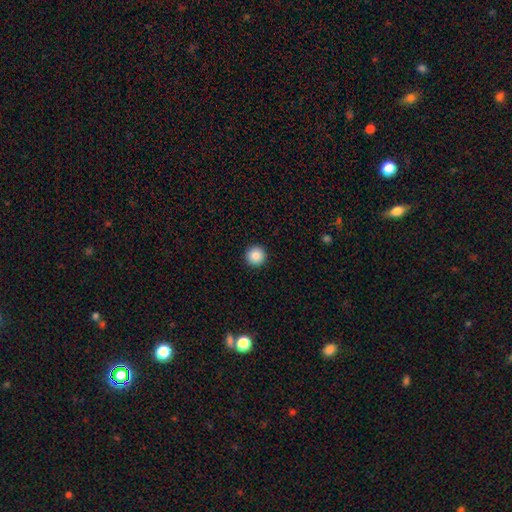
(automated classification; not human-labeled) Smooth or featured: smooth — 86% (star or artifact — 9%)
How rounded: round — 96% (in between — 3%)
Merging: none — 94% (minor disturbance — 4%)